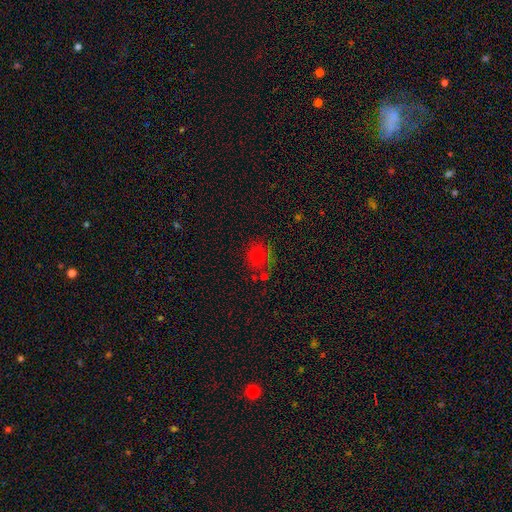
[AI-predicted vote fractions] Morphology: type=smooth (63%); roundness=round (74%); merging=none (55%).